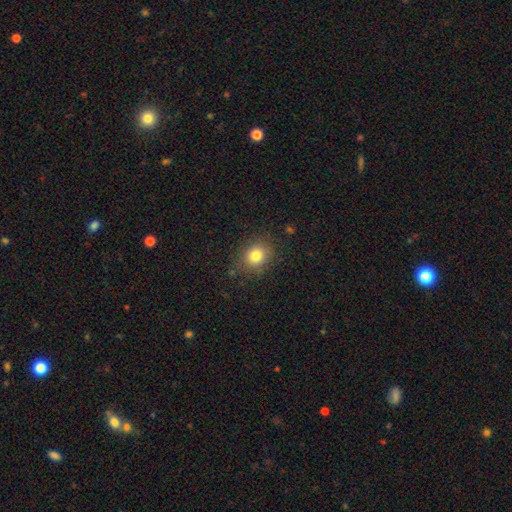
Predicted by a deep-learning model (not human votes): This appears to be a smooth galaxy with no disk features (80%) that is round (68%). Merging: none (82%).